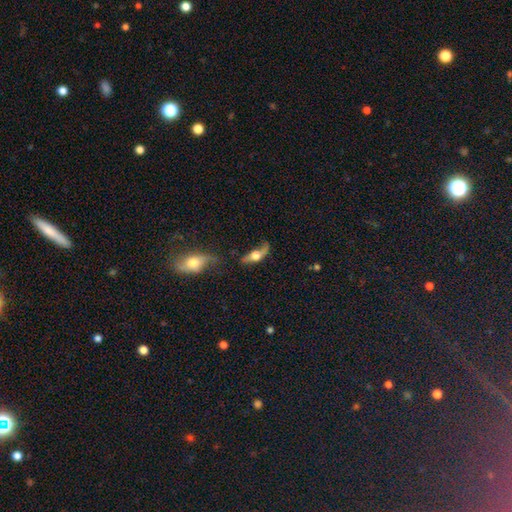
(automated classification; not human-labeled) Smooth or featured: featured or disk — 60% (smooth — 33%)
Edge-on disk: yes — 50% (tied with no — 50%)
Merging: none — 45% (minor disturbance — 25%)